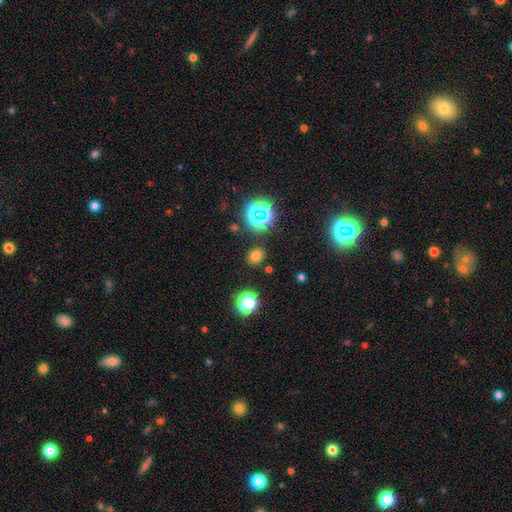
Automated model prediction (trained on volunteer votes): A smooth galaxy with no disk features (68%) that is round (57%). Merging: none (85%).